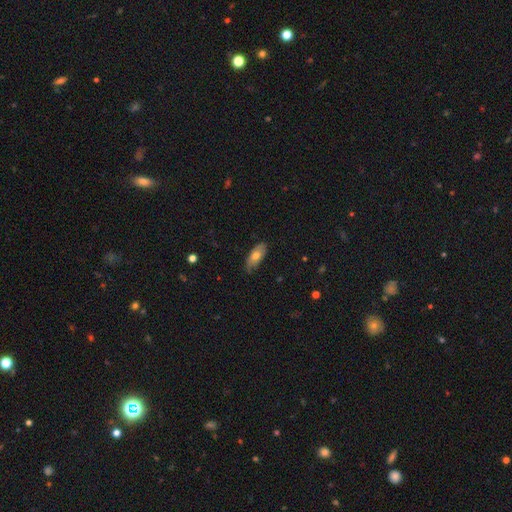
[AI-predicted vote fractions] This appears to be a smooth galaxy with no disk features (64%) that is in between round and cigar-shaped (82%). Merging: none (75%).